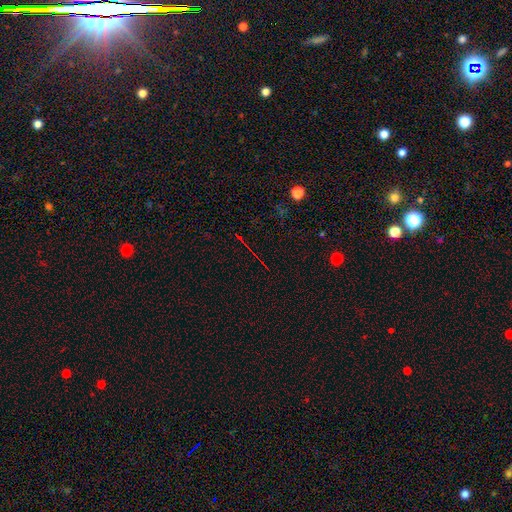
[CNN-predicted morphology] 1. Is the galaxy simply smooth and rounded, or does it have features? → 74% star or artifact, 13% featured or disk, 13% smooth.